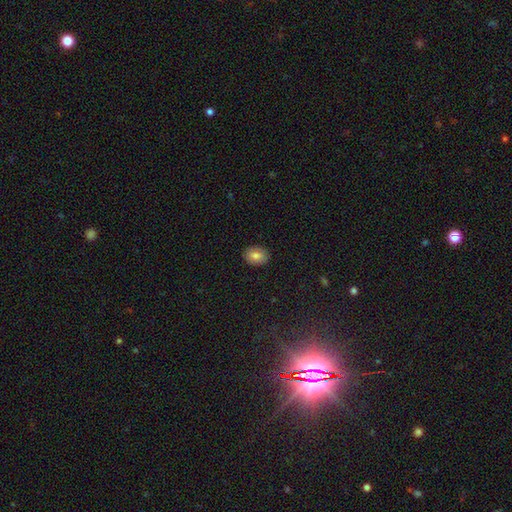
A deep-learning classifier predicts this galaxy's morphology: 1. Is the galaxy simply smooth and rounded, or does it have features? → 81% smooth, 10% featured or disk, 9% star or artifact.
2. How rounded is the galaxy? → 61% in between, 38% round, 1% cigar-shaped.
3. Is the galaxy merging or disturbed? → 90% none, 7% minor disturbance, 2% major disturbance, 1% merger.